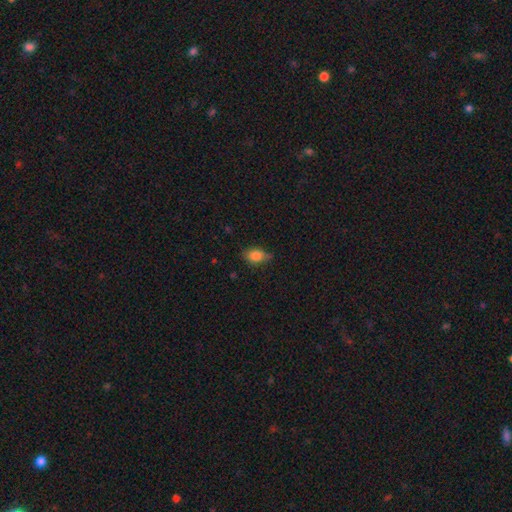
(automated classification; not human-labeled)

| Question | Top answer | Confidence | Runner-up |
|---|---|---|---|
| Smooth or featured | smooth | 84% | star or artifact (9%) |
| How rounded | in between | 81% | round (17%) |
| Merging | none | 63% | minor disturbance (29%) |